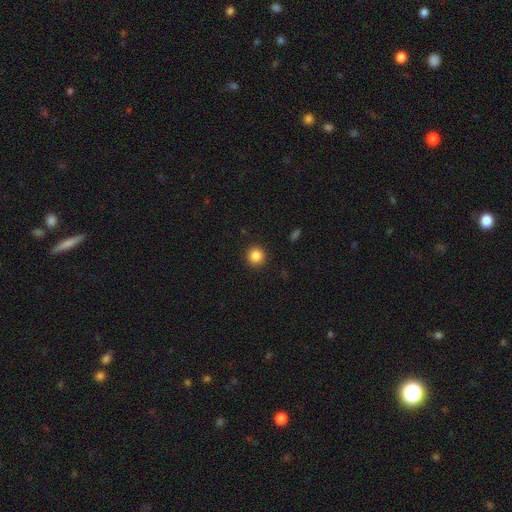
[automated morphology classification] smooth_or_featured: smooth (p=0.86) [alt: star or artifact p=0.10]
how_rounded: round (p=0.94) [alt: in between p=0.05]
merging: none (p=0.92) [alt: minor disturbance p=0.05]